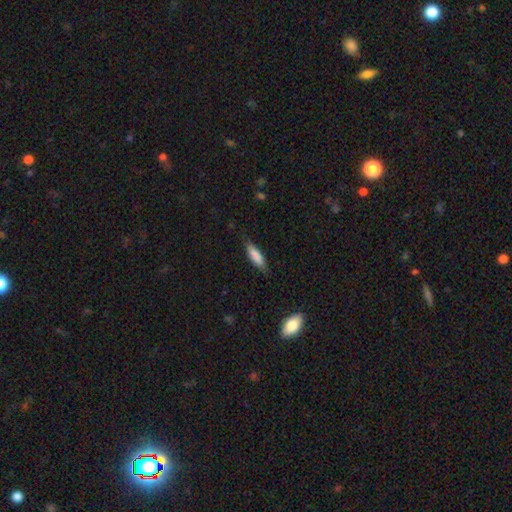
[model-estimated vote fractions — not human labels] A smooth galaxy with no disk features (82%) that is cigar-shaped (52%).

Vote fractions:
- Smooth or featured? smooth: 82% / featured or disk: 11% / star or artifact: 6%
- How rounded? cigar-shaped: 52% / in between: 46% / round: 2%
- Merging? none: 77% / minor disturbance: 18% / major disturbance: 4% / merger: 1%